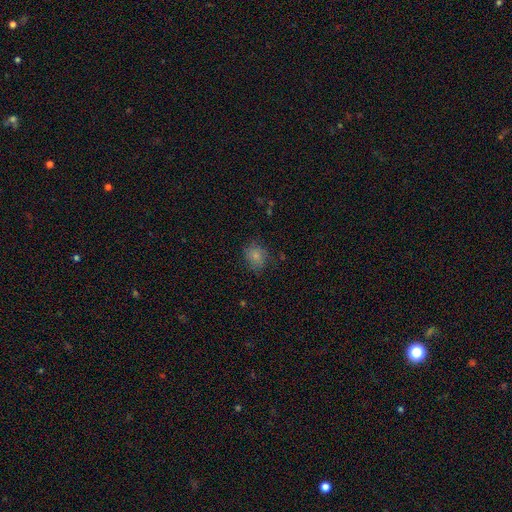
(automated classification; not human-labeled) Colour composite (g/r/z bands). It shows a smooth galaxy with no disk features (81%) that is round (64%). Merging: none (76%).